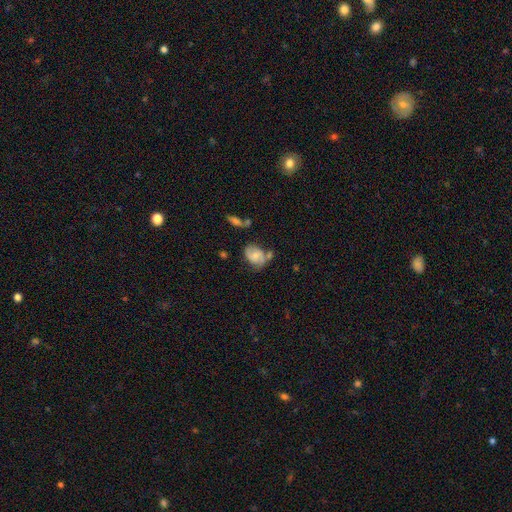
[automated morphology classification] This is possibly a featured or disk galaxy (49%). Merging: possibly none (47%).